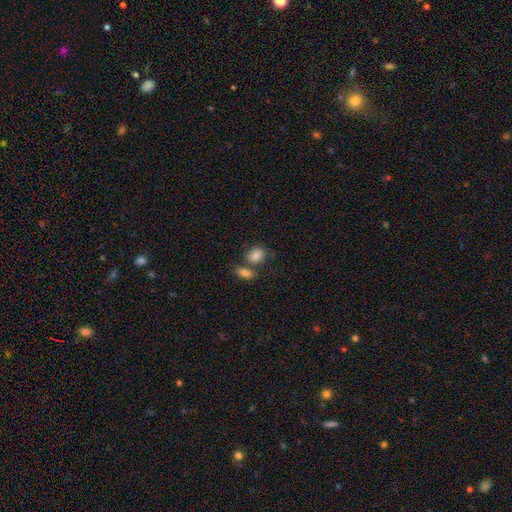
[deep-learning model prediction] smooth_or_featured: smooth (p=0.84) [alt: star or artifact p=0.09]
how_rounded: in between (p=0.73) [alt: round p=0.25]
merging: none (p=0.47) [alt: merger p=0.36]